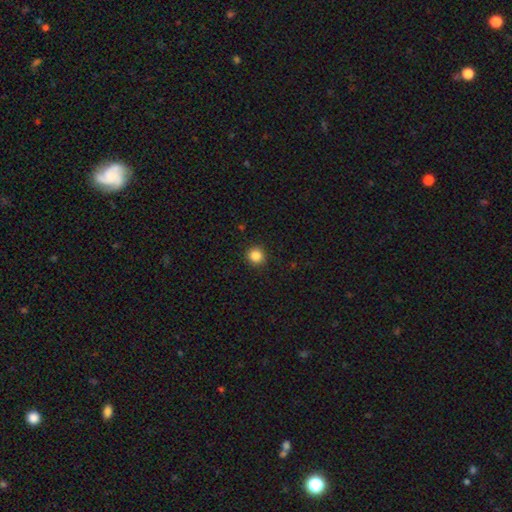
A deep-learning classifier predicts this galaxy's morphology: A smooth galaxy with no disk features (86%) that is round (93%). Merging: none (92%).